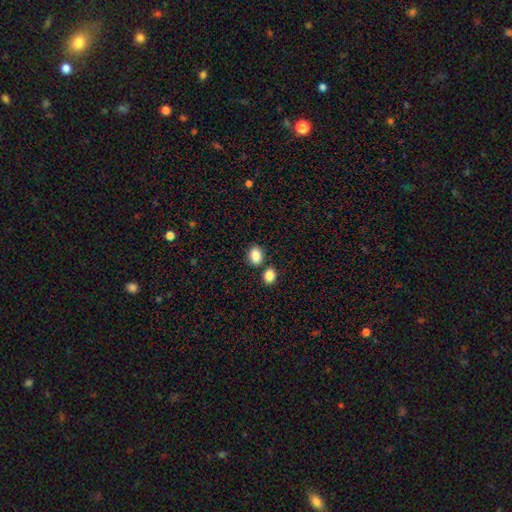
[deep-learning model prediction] A smooth galaxy with no disk features (87%) that is in between round and cigar-shaped (62%).

Vote fractions:
- Smooth or featured? smooth: 87% / star or artifact: 9% / featured or disk: 4%
- How rounded? in between: 62% / round: 37% / cigar-shaped: 1%
- Merging? none: 72% / merger: 15% / minor disturbance: 10% / major disturbance: 3%